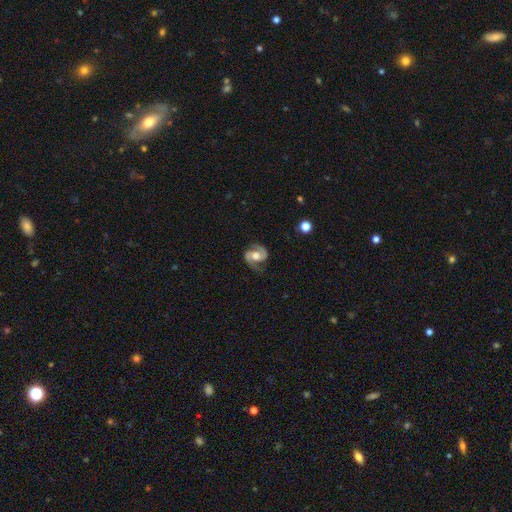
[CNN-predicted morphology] Q: Smooth or featured?
A: featured or disk (84%); runner-up: smooth (10%)
Q: Edge-on disk?
A: no (98%); runner-up: yes (2%)
Q: Bar?
A: no (49%); runner-up: weak (37%)
Q: Spiral arms?
A: yes (96%); runner-up: no (4%)
Q: Spiral winding?
A: medium (54%); runner-up: tight (27%)
Q: Spiral arm count?
A: 2 (92%); runner-up: 1 (3%)
Q: Bulge size?
A: moderate (58%); runner-up: large (29%)
Q: Merging?
A: none (75%); runner-up: minor disturbance (16%)